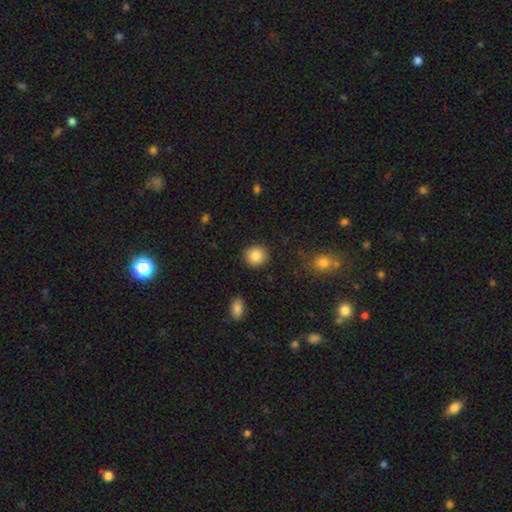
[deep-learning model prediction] smooth 87%, star or artifact 8%, featured or disk 5%. Down the decision tree: how rounded — round (88%); merging — none (90%).